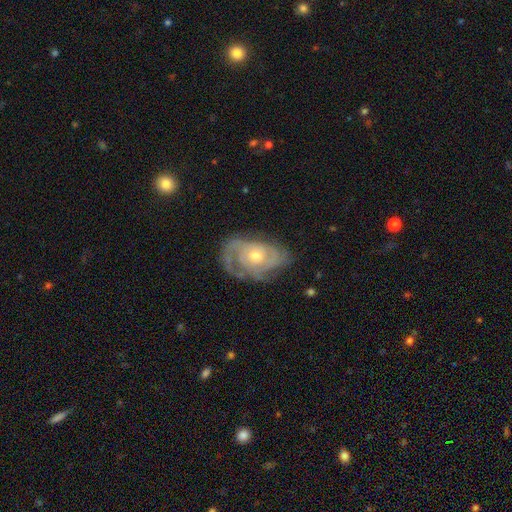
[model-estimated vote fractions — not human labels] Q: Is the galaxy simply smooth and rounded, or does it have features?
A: featured or disk — 86%.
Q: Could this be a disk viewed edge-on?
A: no — 96%.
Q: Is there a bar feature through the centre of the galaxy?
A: no — 76%.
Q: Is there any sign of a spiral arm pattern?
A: yes — 94%.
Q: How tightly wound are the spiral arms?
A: tight — 60%.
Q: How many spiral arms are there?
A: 2 — 30%.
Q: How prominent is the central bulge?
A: moderate — 55%.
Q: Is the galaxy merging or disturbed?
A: none — 67%.